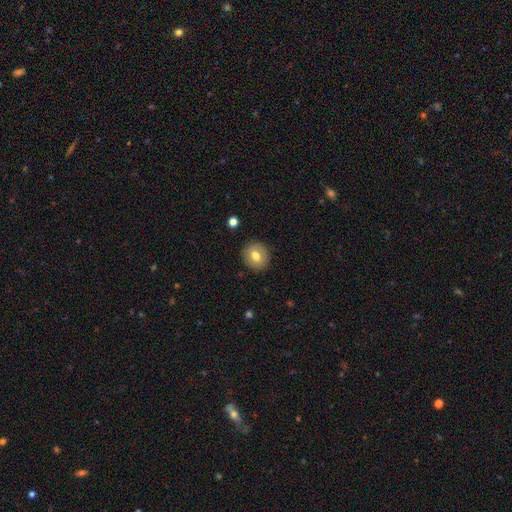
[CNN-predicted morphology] smooth-or-featured: smooth: 74% | featured or disk: 18% | star or artifact: 8%
  how-rounded: round: 80% | in between: 19% | cigar-shaped: 1%
  merging: none: 90% | minor disturbance: 7% | major disturbance: 2% | merger: 1%